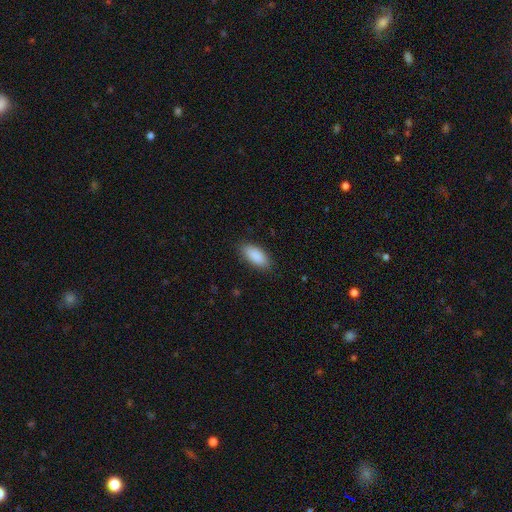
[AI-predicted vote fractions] The model was most divided on "merging": none: 87%, minor disturbance: 10%, major disturbance: 2%, merger: 1%. More confident: smooth or featured — smooth (90%); how rounded — in between (89%).